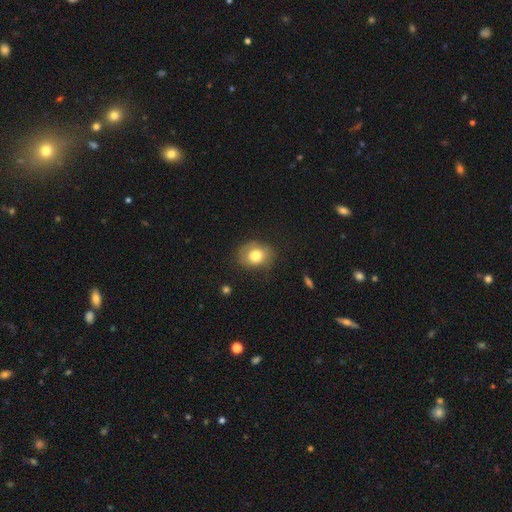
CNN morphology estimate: type=smooth (75%); roundness=round (57%); merging=none (69%).